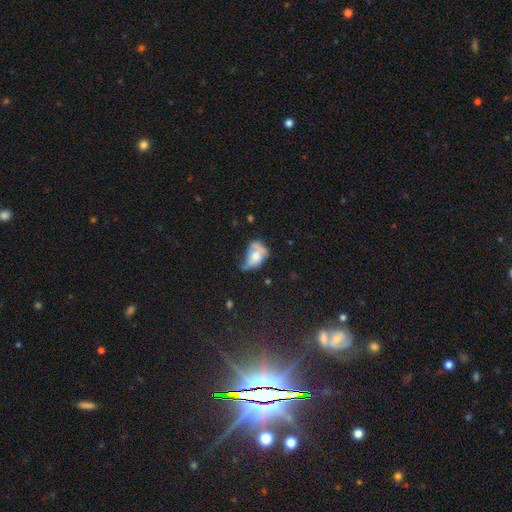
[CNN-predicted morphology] type=smooth (54%); roundness=in between (80%); merging=major disturbance (34%).